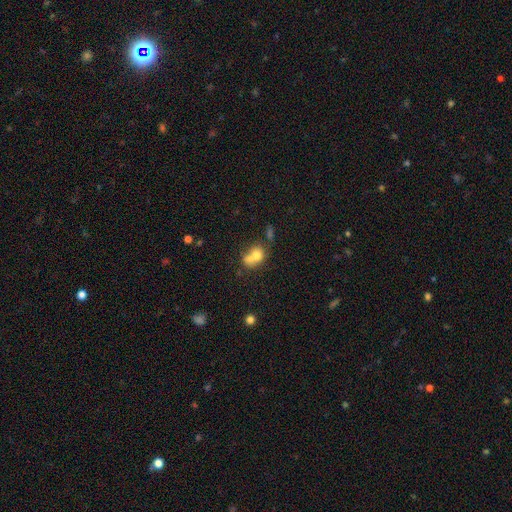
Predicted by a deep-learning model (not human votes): Overall: smooth (68%). How rounded: round (58%; in between 41%). Merging: merger (64%).